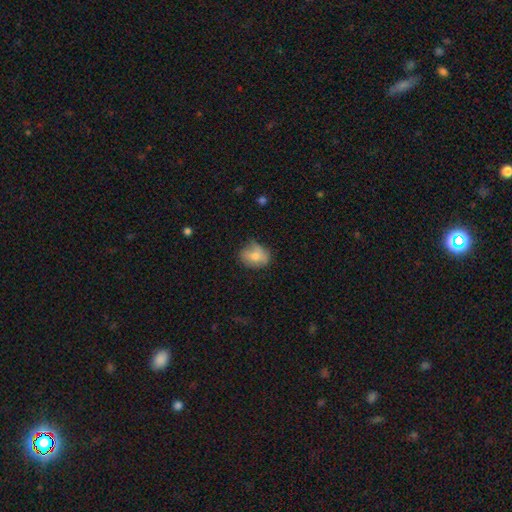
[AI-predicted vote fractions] smooth-or-featured: smooth: 71% | featured or disk: 21% | star or artifact: 8%
  how-rounded: in between: 53% | round: 46% | cigar-shaped: 1%
  merging: none: 57% | minor disturbance: 31% | major disturbance: 9% | merger: 2%